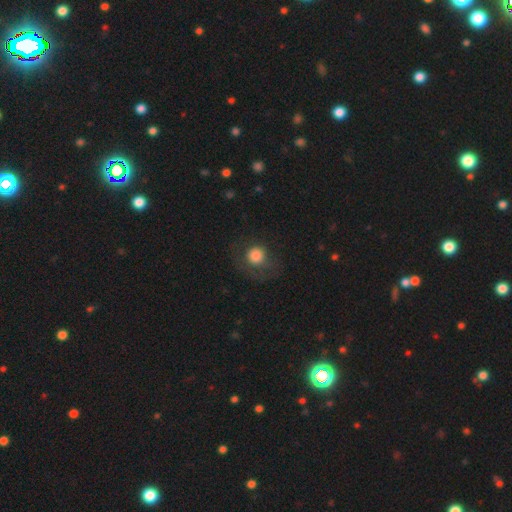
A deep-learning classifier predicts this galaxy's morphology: type=smooth (77%); roundness=round (88%); merging=none (57%).